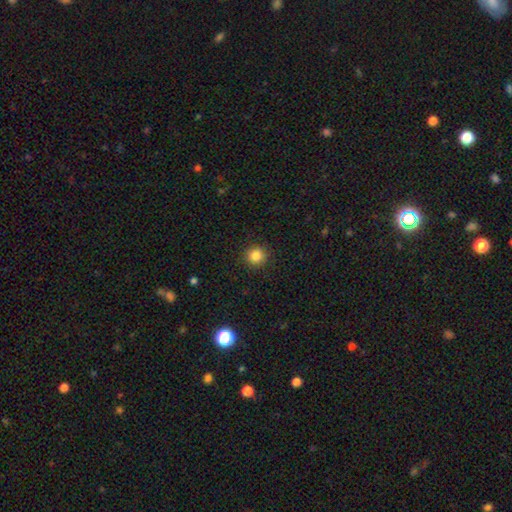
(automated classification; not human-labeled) Overall: smooth (84%). How rounded: round (93%). Merging: none (92%).